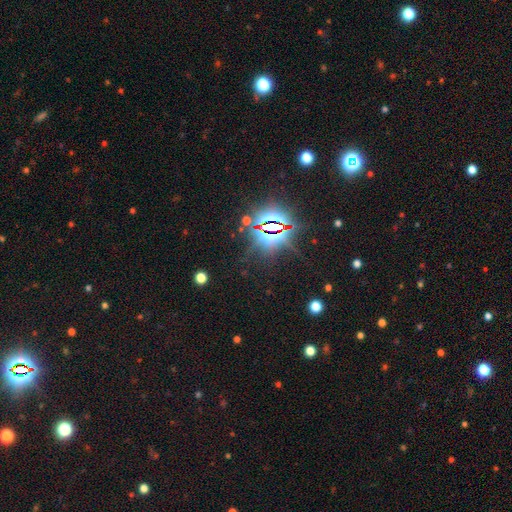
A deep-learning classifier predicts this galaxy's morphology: Smooth or featured? star or artifact (85%)